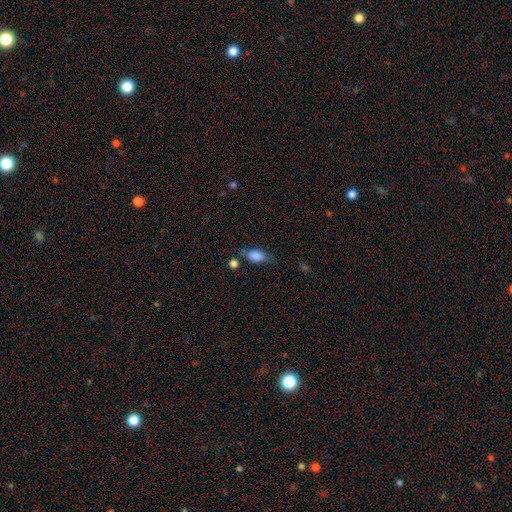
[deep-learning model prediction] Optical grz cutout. It shows a smooth galaxy with no disk features (83%) that is in between round and cigar-shaped (86%). Merging: none (53%).